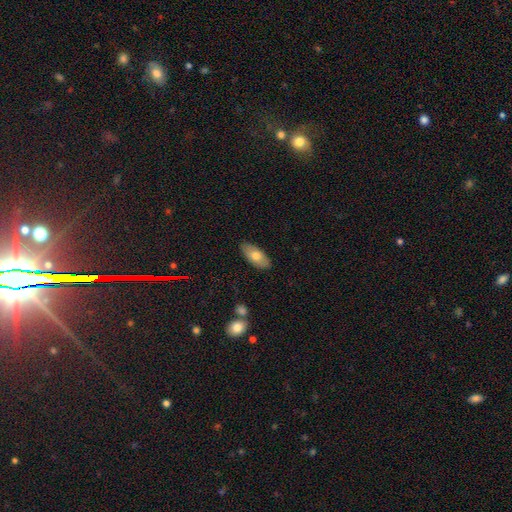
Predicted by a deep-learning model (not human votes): Smooth or featured? Predicted: smooth (p=0.71). How rounded? Predicted: in between (p=0.88). Merging? Predicted: none (p=0.86).